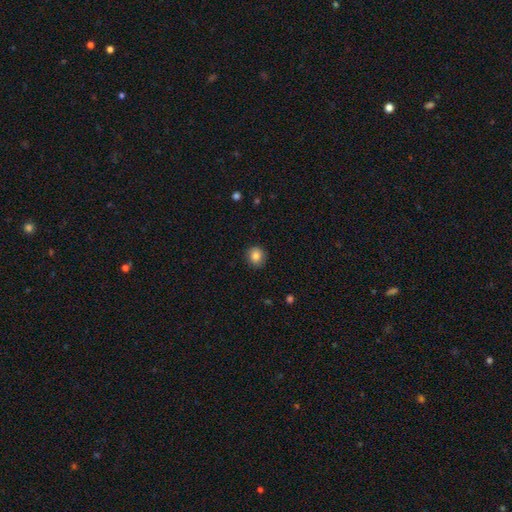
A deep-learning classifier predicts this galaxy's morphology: Smooth or featured?
  - smooth: 84% *
  - star or artifact: 10%
  - featured or disk: 6%
How rounded?
  - round: 85% *
  - in between: 14%
  - cigar-shaped: 1%
Merging?
  - none: 88% *
  - minor disturbance: 9%
  - major disturbance: 2%
  - merger: 1%